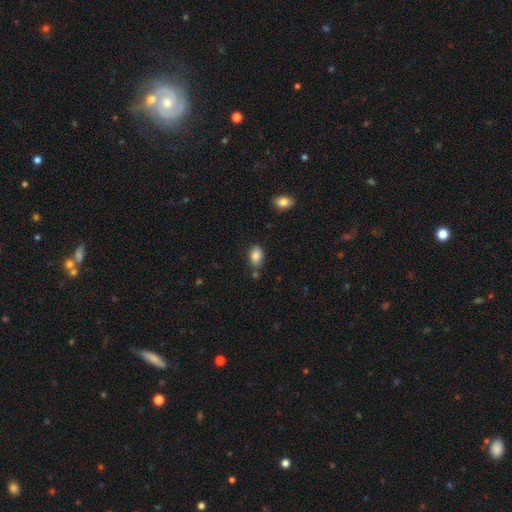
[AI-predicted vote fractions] The model was most divided on "merging": none: 72%, minor disturbance: 18%, merger: 7%, major disturbance: 3%. More confident: how rounded — in between (87%); smooth or featured — smooth (86%).